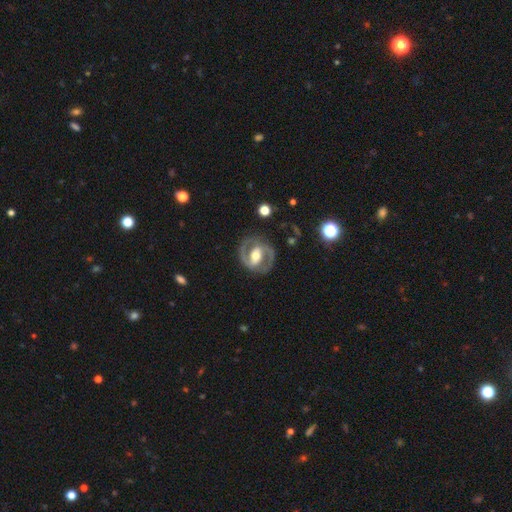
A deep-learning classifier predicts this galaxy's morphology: smooth_or_featured: featured or disk (p=0.86) [alt: smooth p=0.10]
disk_edge_on: no (p=0.97) [alt: yes p=0.03]
bar: strong (p=0.45) [alt: weak p=0.36]
has_spiral_arms: yes (p=0.90) [alt: no p=0.10]
spiral_winding: medium (p=0.54) [alt: tight p=0.33]
spiral_arm_count: 2 (p=0.91) [alt: can't tell p=0.03]
bulge_size: moderate (p=0.65) [alt: large p=0.19]
merging: none (p=0.83) [alt: minor disturbance p=0.11]